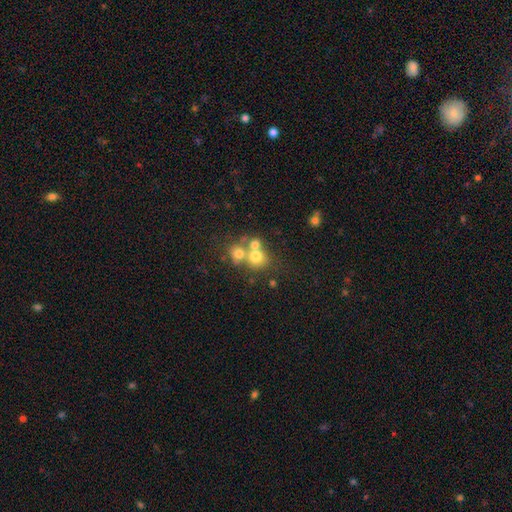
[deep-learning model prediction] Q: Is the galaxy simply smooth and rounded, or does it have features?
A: smooth — 66%.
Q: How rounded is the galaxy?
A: round — 81%.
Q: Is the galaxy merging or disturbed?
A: merger — 50%.